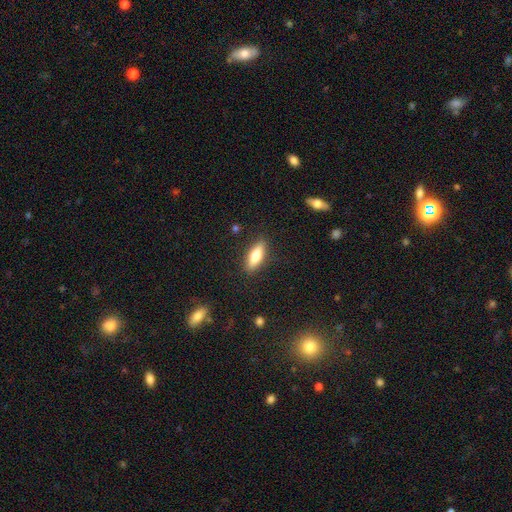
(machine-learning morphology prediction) Smooth or featured? Predicted: smooth (p=0.67). How rounded? Predicted: in between (p=0.59). Merging? Predicted: none (p=0.87).